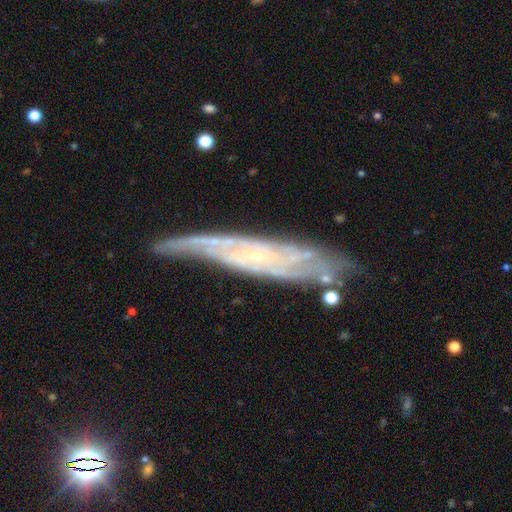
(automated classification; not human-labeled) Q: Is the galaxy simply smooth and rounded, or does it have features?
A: featured or disk — 84%.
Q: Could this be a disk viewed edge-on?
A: no — 66%.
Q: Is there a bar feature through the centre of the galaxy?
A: no — 67%.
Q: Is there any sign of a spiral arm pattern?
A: yes — 94%.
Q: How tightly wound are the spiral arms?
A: tight — 61%.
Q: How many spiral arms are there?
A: can't tell — 42%.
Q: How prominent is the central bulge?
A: small — 85%.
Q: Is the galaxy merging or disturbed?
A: none — 70%.